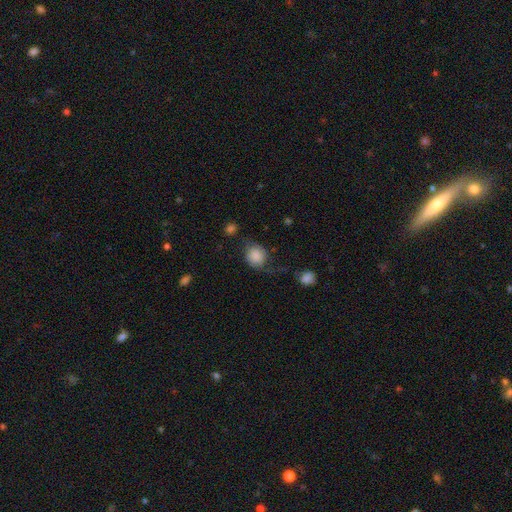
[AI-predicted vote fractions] A smooth galaxy with no disk features (80%) that is round (69%).

Vote fractions:
- Smooth or featured? smooth: 80% / featured or disk: 12% / star or artifact: 8%
- How rounded? round: 69% / in between: 29% / cigar-shaped: 1%
- Merging? none: 51% / minor disturbance: 28% / major disturbance: 17% / merger: 5%